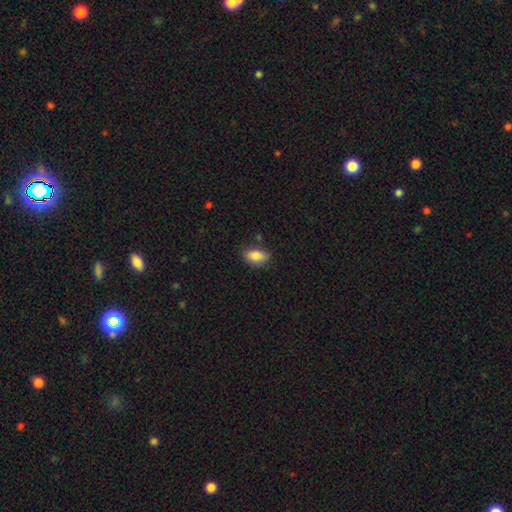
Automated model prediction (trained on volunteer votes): A smooth galaxy with no disk features (85%) that is in between round and cigar-shaped (88%). Merging: none (79%).